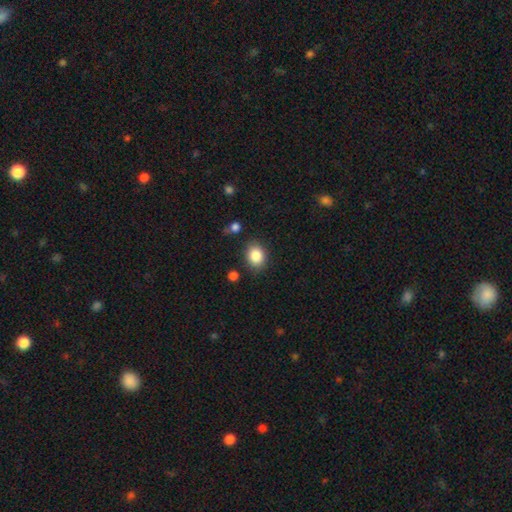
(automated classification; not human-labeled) smooth_or_featured: smooth (p=0.85) [alt: star or artifact p=0.09]
how_rounded: in between (p=0.53) [alt: round p=0.46]
merging: none (p=0.83) [alt: minor disturbance p=0.11]